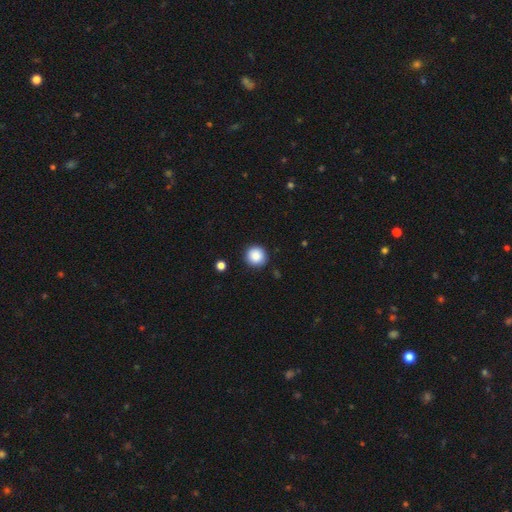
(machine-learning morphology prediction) Overall: smooth (87%). How rounded: round (95%). Merging: none (90%).